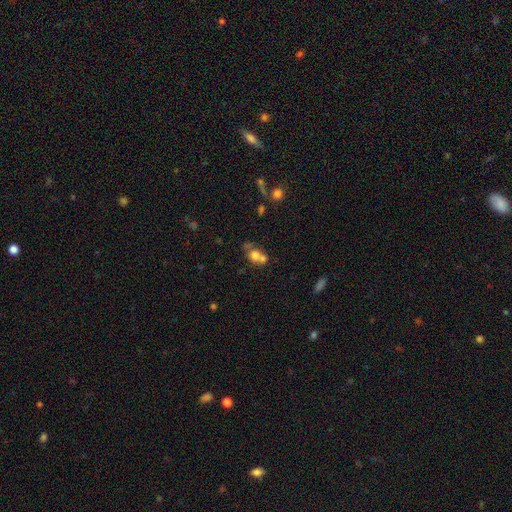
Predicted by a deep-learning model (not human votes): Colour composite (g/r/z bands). It shows a smooth galaxy with no disk features (69%) that is round (66%). Merging: merger (53%).